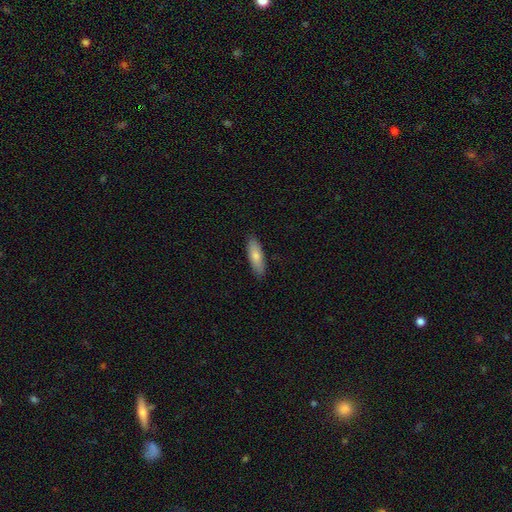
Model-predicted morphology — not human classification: smooth_or_featured: smooth (p=0.78) [alt: featured or disk p=0.16]
how_rounded: in between (p=0.51) [alt: cigar-shaped p=0.47]
merging: none (p=0.87) [alt: minor disturbance p=0.10]